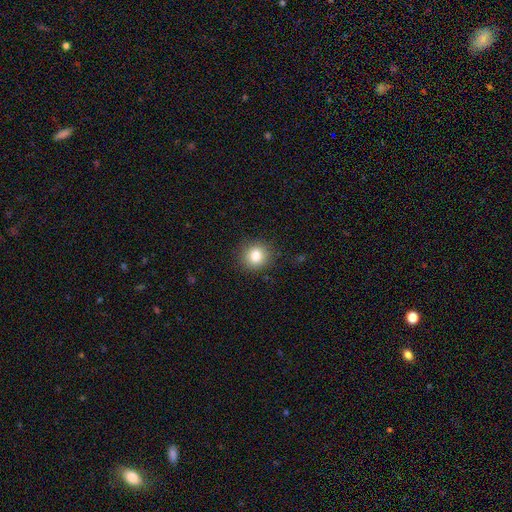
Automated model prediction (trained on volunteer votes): Smooth or featured? Predicted: smooth (p=0.81). How rounded? Predicted: round (p=0.89). Merging? Predicted: none (p=0.89).